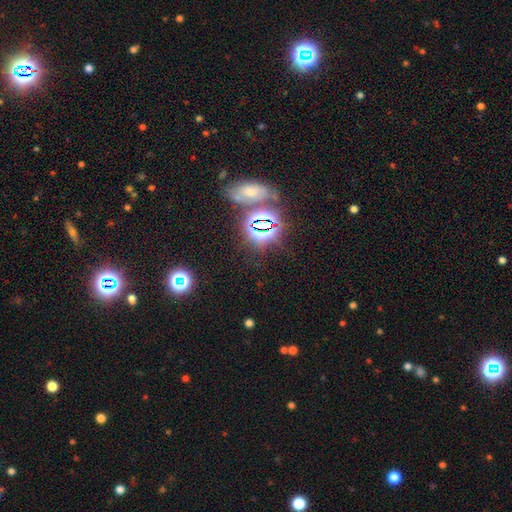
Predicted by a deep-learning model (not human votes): smooth_or_featured: star or artifact (p=0.75) [alt: smooth p=0.15]